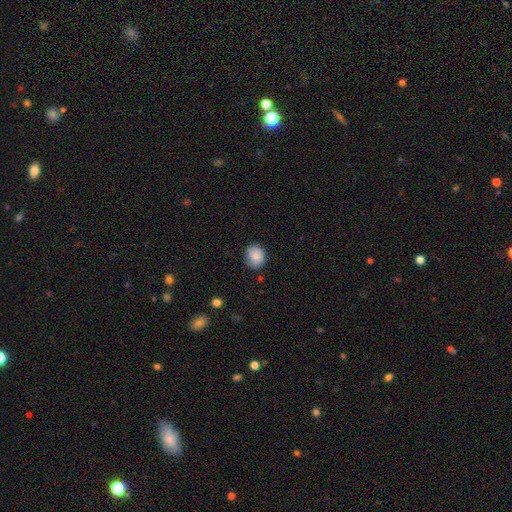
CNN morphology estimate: Overall: smooth (87%). How rounded: round (65%; in between 34%). Merging: none (79%).